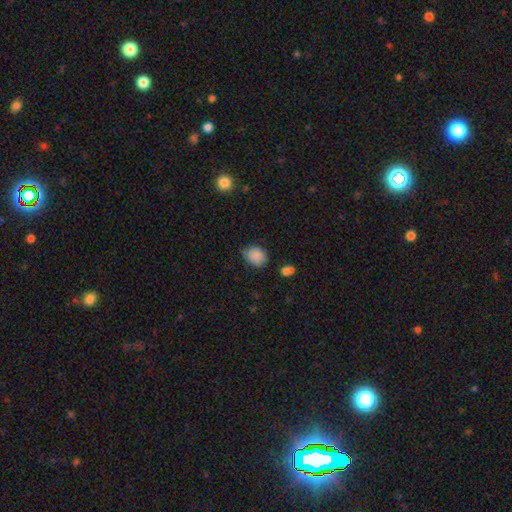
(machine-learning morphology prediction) type=smooth (86%); roundness=in between (56%); merging=none (71%).